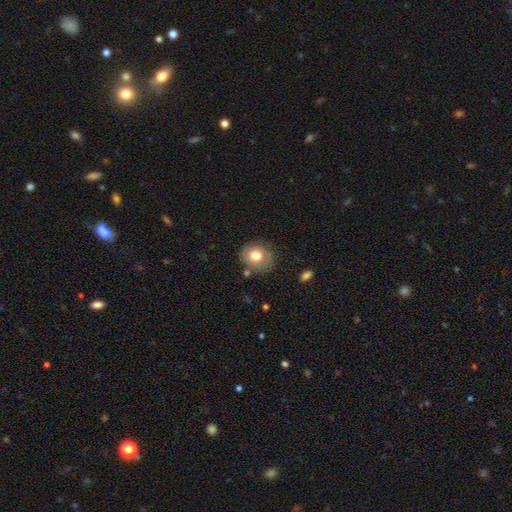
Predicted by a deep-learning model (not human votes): smooth_or_featured: smooth (p=0.73) [alt: featured or disk p=0.18]
how_rounded: round (p=0.72) [alt: in between p=0.27]
merging: none (p=0.75) [alt: minor disturbance p=0.17]